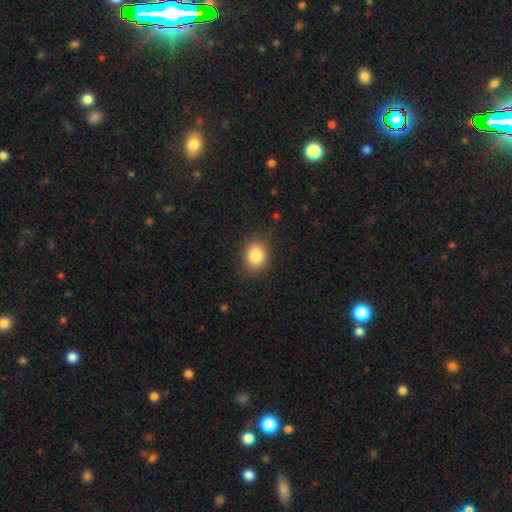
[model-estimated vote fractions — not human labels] Smooth or featured?
  - smooth: 85% *
  - star or artifact: 9%
  - featured or disk: 6%
How rounded?
  - round: 56% *
  - in between: 43%
  - cigar-shaped: 1%
Merging?
  - none: 81% *
  - minor disturbance: 14%
  - major disturbance: 4%
  - merger: 1%